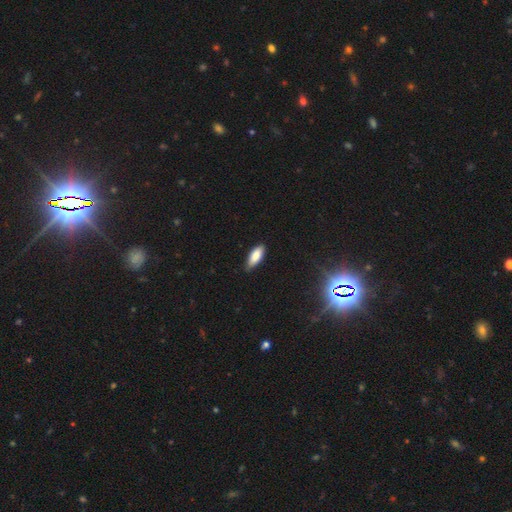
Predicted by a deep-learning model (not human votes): A smooth galaxy with no disk features (83%) that is in between round and cigar-shaped (75%). Merging: none (79%).